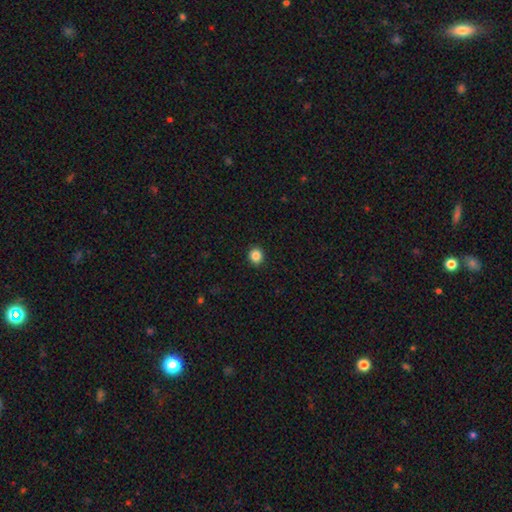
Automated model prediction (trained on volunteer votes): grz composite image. It shows a smooth galaxy with no disk features (86%) that is round (86%). Merging: none (92%).